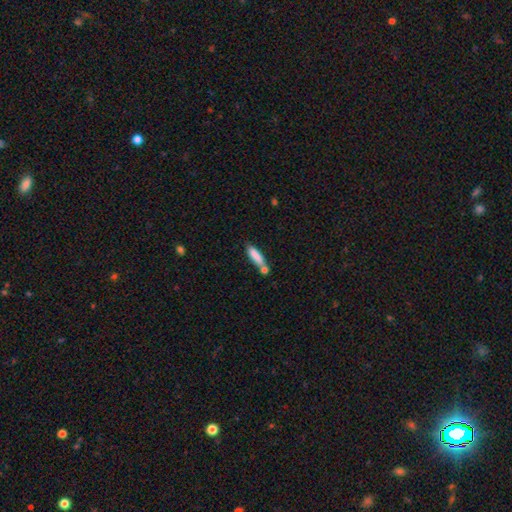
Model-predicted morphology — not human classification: This appears to be a smooth galaxy with no disk features (80%) that is cigar-shaped (68%). Merging: none (46%).